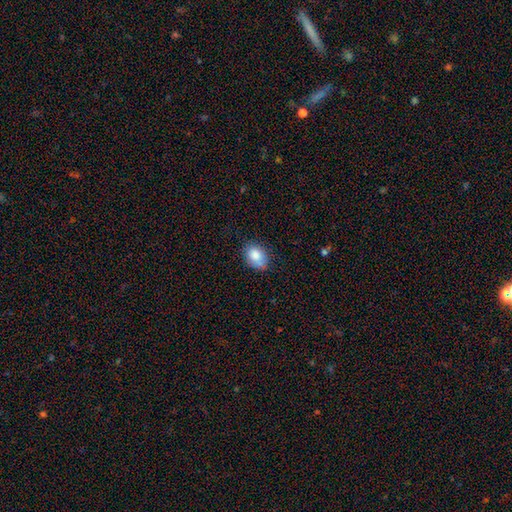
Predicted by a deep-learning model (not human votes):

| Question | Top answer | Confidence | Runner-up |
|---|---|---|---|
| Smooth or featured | smooth | 84% | star or artifact (8%) |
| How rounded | in between | 68% | round (30%) |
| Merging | none | 67% | minor disturbance (25%) |